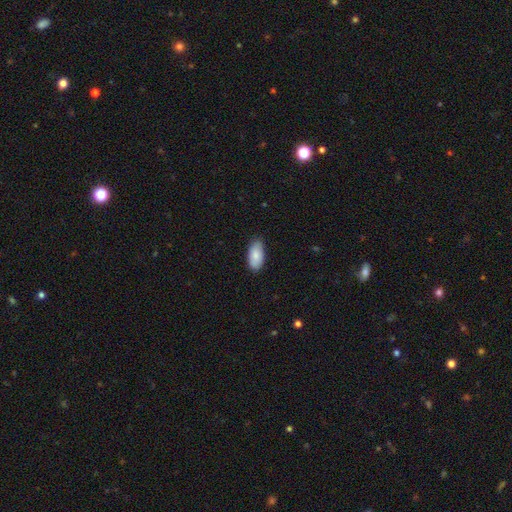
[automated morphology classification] type=smooth (85%); roundness=in between (94%); merging=none (84%).